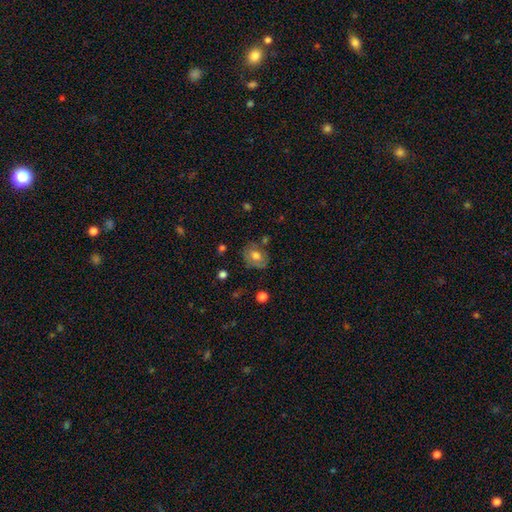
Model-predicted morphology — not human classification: A smooth galaxy with no disk features (59%) that is in between round and cigar-shaped (54%).

Vote fractions:
- Smooth or featured? smooth: 59% / featured or disk: 33% / star or artifact: 9%
- How rounded? in between: 54% / round: 45% / cigar-shaped: 1%
- Merging? none: 67% / minor disturbance: 21% / major disturbance: 7% / merger: 5%